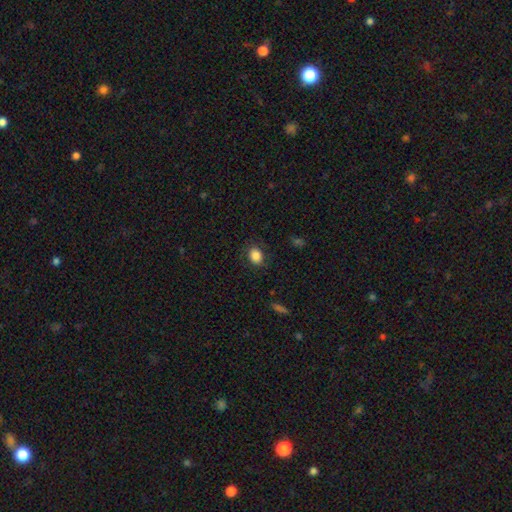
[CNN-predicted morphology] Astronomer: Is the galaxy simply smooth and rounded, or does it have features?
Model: smooth — 85%.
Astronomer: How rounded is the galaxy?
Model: in between — 56% (runner-up: round, 43%).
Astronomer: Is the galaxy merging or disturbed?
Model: none — 82%.